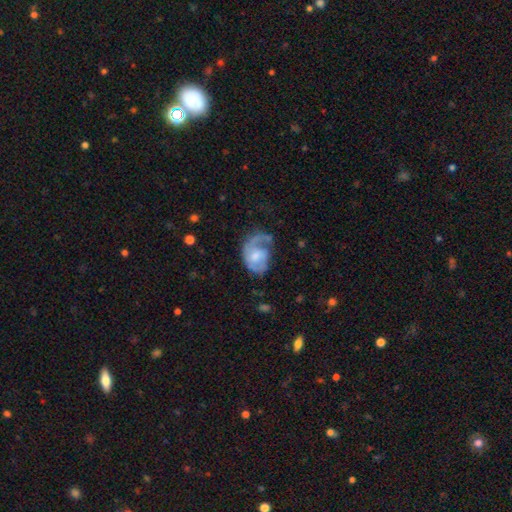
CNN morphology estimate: featured or disk 68%, smooth 26%, star or artifact 6%. Down the decision tree: edge-on disk — no (97%); bar — no (58%); spiral arms — yes (83%); spiral arm count — 1 (57%); spiral winding — medium (40%); bulge size — moderate (48%); merging — none (36%).